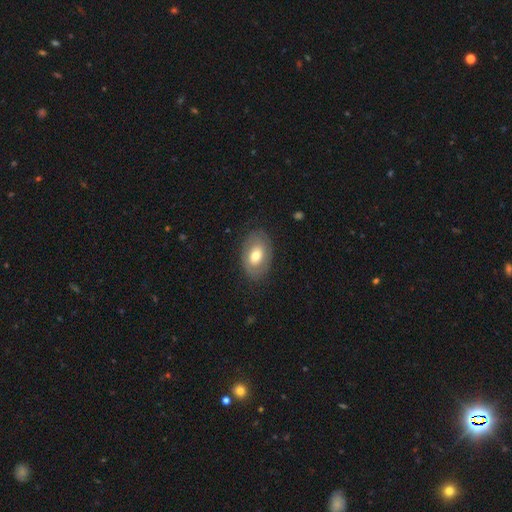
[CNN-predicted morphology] smooth_or_featured: smooth (p=0.53) [alt: featured or disk p=0.40]
how_rounded: in between (p=0.84) [alt: round p=0.15]
merging: none (p=0.80) [alt: minor disturbance p=0.14]